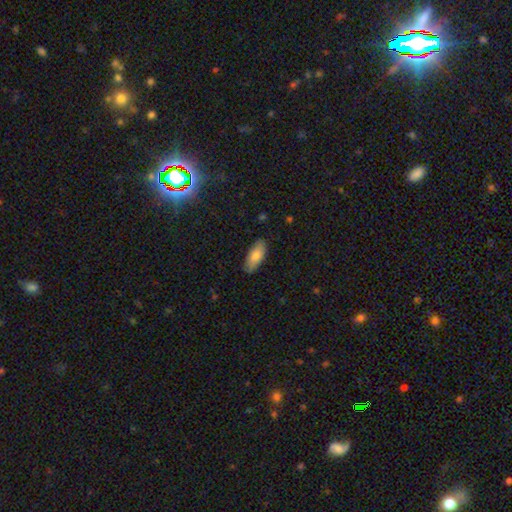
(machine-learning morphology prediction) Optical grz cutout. It shows a smooth galaxy with no disk features (79%) that is in between round and cigar-shaped (84%). Merging: none (84%).